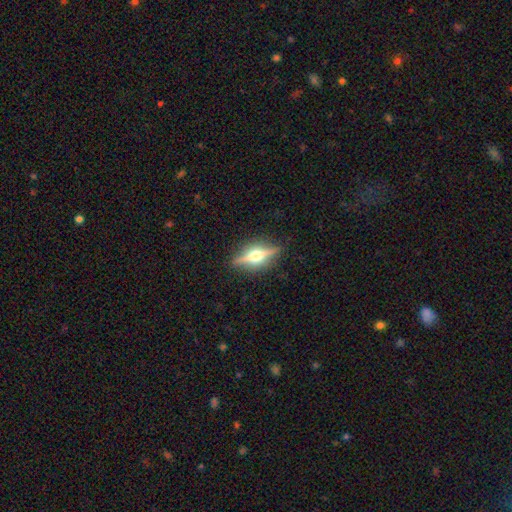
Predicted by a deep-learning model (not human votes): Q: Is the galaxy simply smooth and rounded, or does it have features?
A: featured or disk — 75%.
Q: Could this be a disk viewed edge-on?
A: yes — 95%.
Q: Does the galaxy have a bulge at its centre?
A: rounded — 95%.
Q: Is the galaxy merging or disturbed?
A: none — 87%.